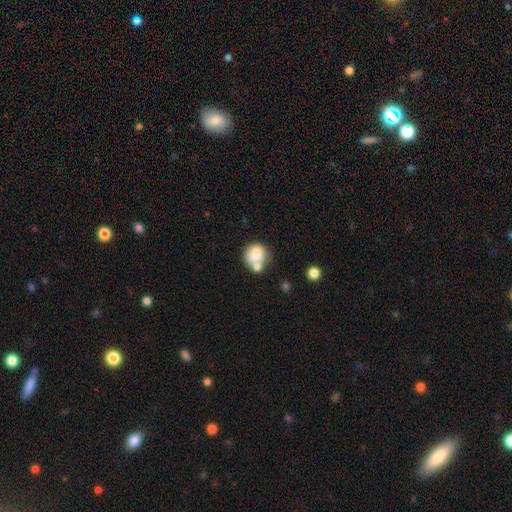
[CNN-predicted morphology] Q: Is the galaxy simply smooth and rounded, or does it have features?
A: smooth — 73%.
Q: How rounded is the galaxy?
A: round — 81%.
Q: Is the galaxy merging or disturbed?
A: none — 42%.